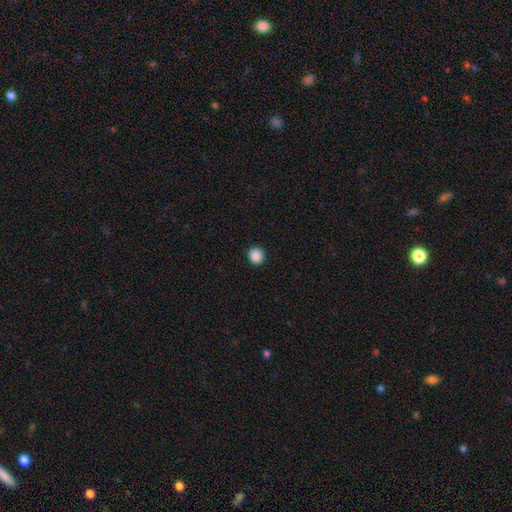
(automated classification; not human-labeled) Morphology: type=smooth (89%); roundness=round (90%); merging=none (93%).